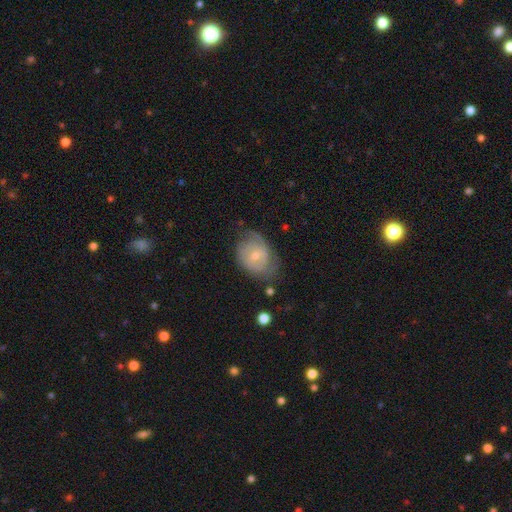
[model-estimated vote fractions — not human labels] Smooth or featured? Predicted: featured or disk (p=0.49). Merging? Predicted: none (p=0.50).